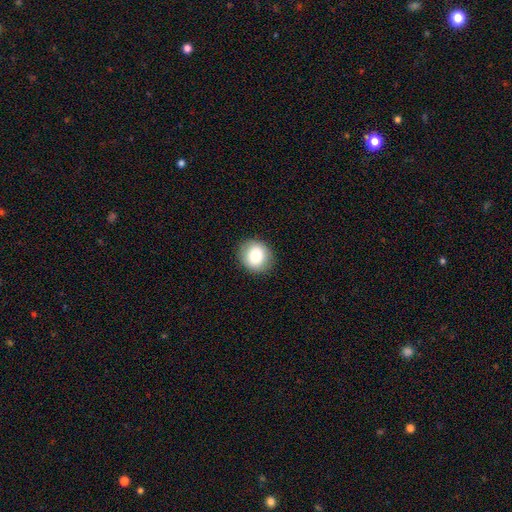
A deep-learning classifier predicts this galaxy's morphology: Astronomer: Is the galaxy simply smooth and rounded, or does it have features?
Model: smooth — 83%.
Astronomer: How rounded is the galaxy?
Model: round — 80%.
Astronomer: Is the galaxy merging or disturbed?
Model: none — 89%.